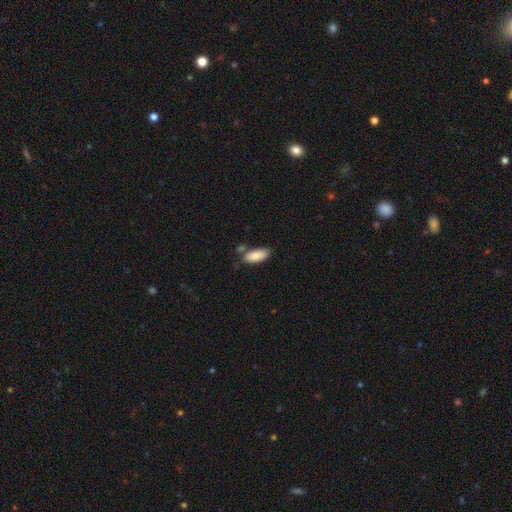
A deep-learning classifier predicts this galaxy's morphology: This is clearly a smooth galaxy (86%). How rounded: clearly in between (83%). Merging: likely none (68%).